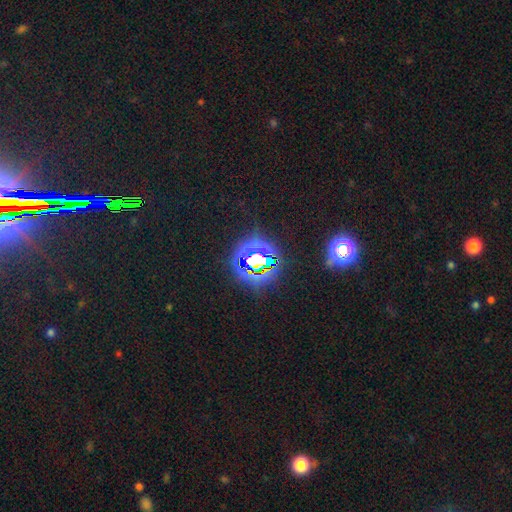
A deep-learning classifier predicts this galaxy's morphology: A star or artifact, not a galaxy (73%).

Vote fractions:
- Smooth or featured? star or artifact: 73% / smooth: 17% / featured or disk: 10%